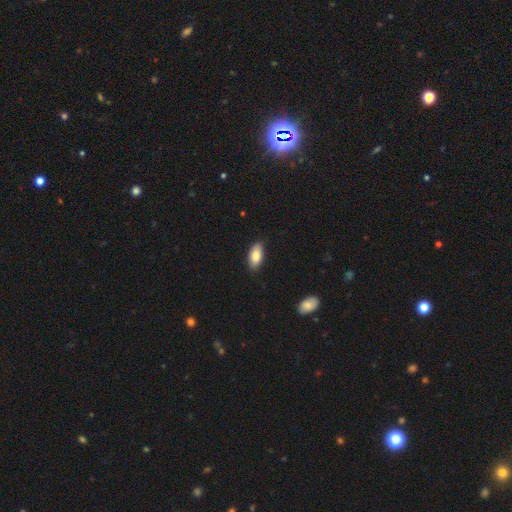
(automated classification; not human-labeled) Smooth or featured? Predicted: smooth (p=0.83). How rounded? Predicted: in between (p=0.91). Merging? Predicted: none (p=0.86).